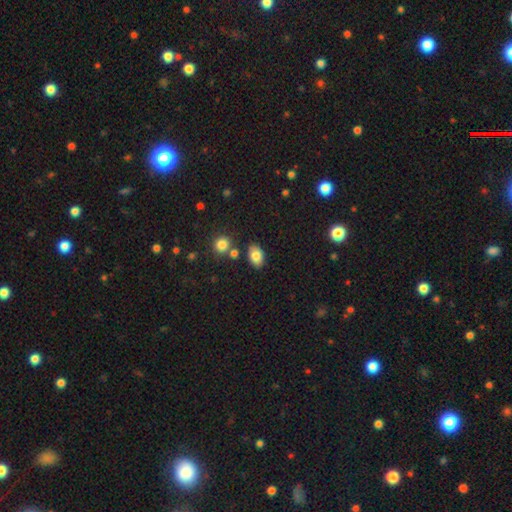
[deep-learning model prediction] Morphology: type=smooth (82%); roundness=in between (85%); merging=none (79%).